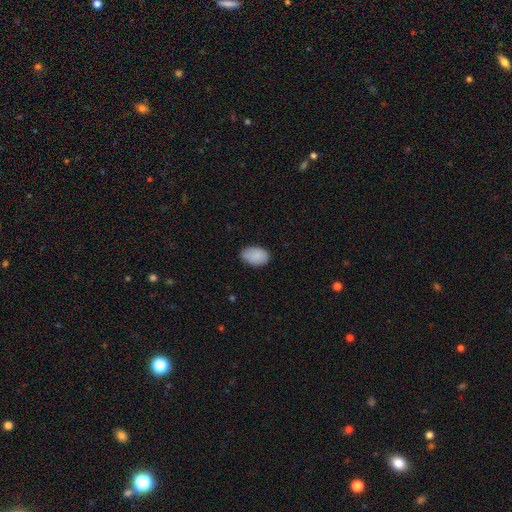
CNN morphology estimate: smooth-or-featured: smooth: 89% | star or artifact: 7% | featured or disk: 4%
  how-rounded: in between: 90% | round: 9% | cigar-shaped: 1%
  merging: none: 80% | minor disturbance: 17% | major disturbance: 3% | merger: 1%